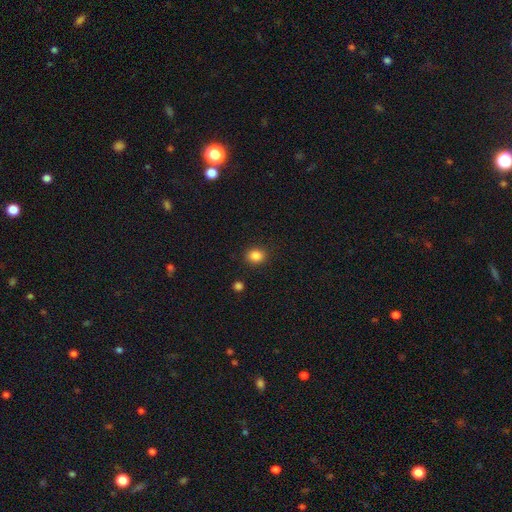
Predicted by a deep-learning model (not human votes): Overall: smooth (85%). How rounded: round (54%; in between 45%). Merging: none (88%).